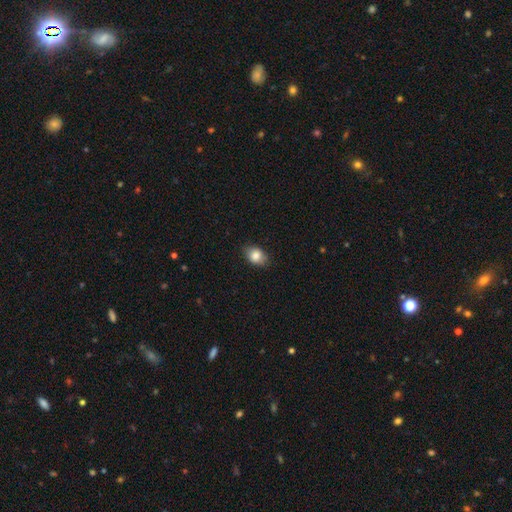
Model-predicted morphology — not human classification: smooth_or_featured: smooth (p=0.85) [alt: star or artifact p=0.08]
how_rounded: in between (p=0.74) [alt: round p=0.24]
merging: none (p=0.83) [alt: minor disturbance p=0.13]